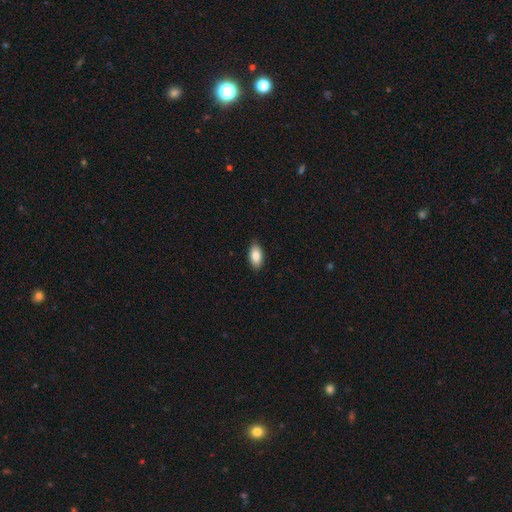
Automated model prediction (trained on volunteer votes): This appears to be a smooth galaxy with no disk features (86%) that is in between round and cigar-shaped (93%). Merging: none (88%).